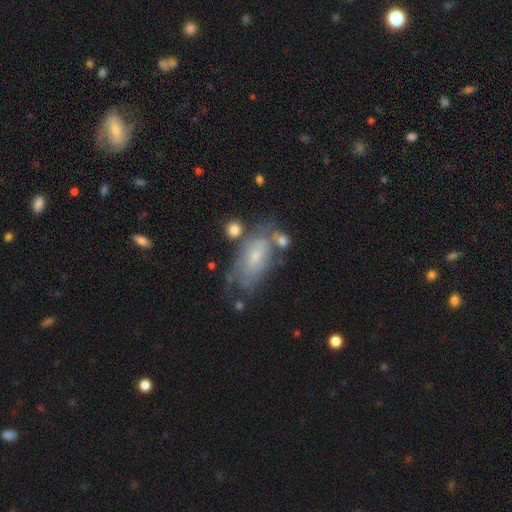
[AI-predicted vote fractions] Smooth or featured: featured or disk — 58% (smooth — 34%)
Edge-on disk: no — 91% (yes — 9%)
Bar: no — 69% (weak — 26%)
Spiral arms: yes — 67% (no — 33%)
Bulge size: small — 64% (moderate — 29%)
Merging: none — 46% (minor disturbance — 25%)